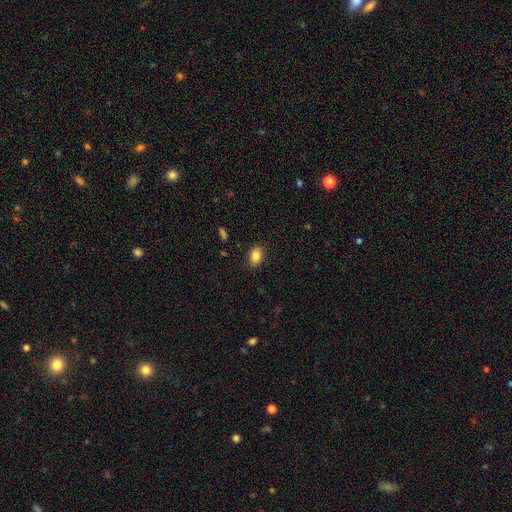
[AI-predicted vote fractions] smooth_or_featured: smooth (p=0.85) [alt: star or artifact p=0.09]
how_rounded: in between (p=0.82) [alt: round p=0.17]
merging: none (p=0.87) [alt: minor disturbance p=0.09]